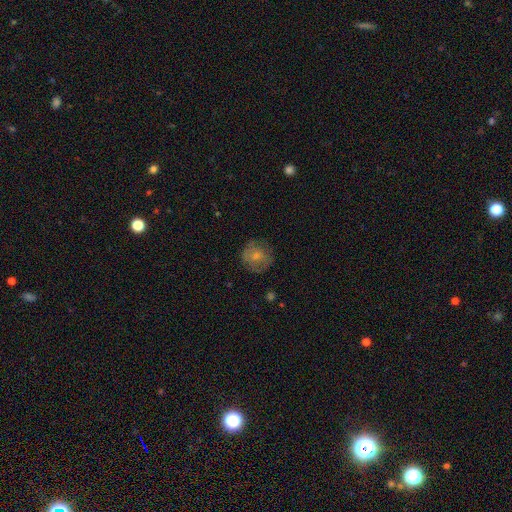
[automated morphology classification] type=smooth (65%); roundness=round (90%); merging=none (76%).